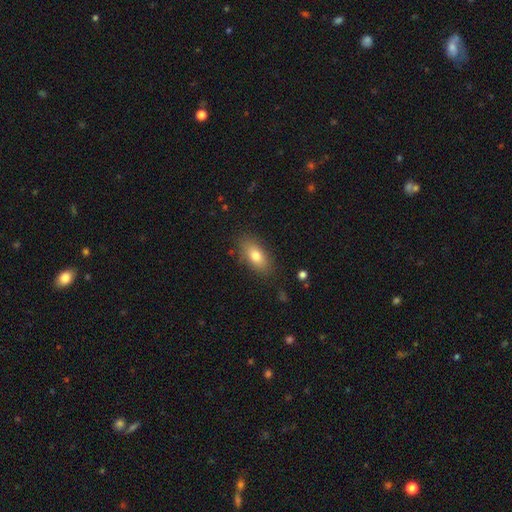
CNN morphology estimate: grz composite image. It shows a smooth galaxy with no disk features (78%) that is in between round and cigar-shaped (85%). Merging: none (82%).